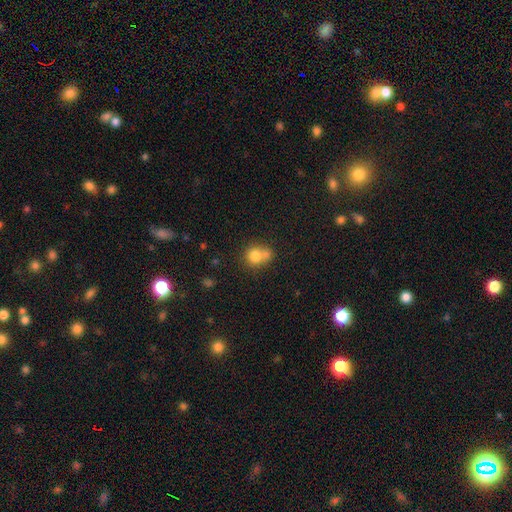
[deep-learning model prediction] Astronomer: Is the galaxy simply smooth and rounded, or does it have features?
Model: smooth — 77%.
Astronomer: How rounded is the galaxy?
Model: round — 74%.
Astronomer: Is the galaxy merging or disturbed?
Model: merger — 43% (runner-up: none, 38%).